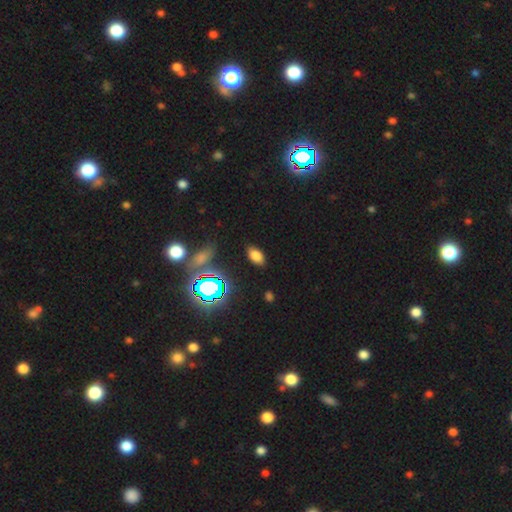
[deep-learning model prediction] A smooth galaxy with no disk features (72%) that is in between round and cigar-shaped (91%). Merging: none (86%).